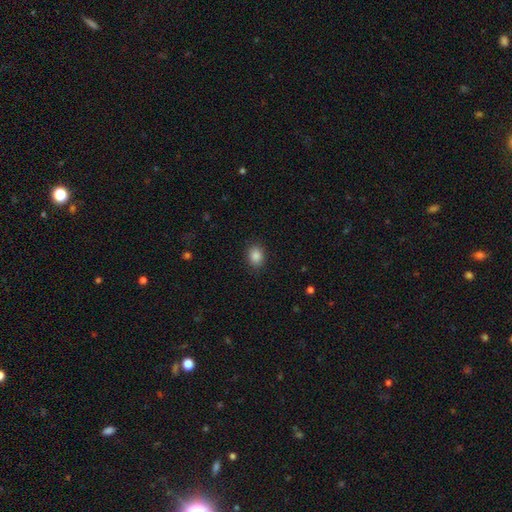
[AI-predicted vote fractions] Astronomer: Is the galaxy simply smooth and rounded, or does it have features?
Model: smooth — 87%.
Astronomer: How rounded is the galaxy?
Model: in between — 62% (runner-up: round, 37%).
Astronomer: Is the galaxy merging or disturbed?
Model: none — 88%.